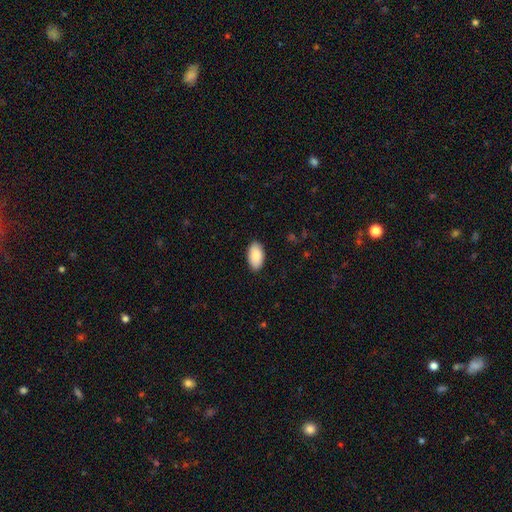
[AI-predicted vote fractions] smooth-or-featured: smooth: 89% | star or artifact: 6% | featured or disk: 6%
  how-rounded: in between: 96% | round: 3% | cigar-shaped: 2%
  merging: none: 89% | minor disturbance: 8% | major disturbance: 2% | merger: 1%